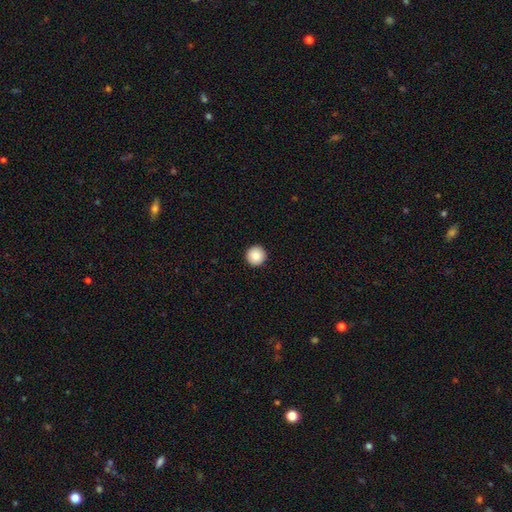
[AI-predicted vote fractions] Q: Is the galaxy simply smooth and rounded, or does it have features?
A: smooth — 85%.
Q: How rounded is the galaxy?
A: round — 96%.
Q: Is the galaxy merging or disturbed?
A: none — 94%.